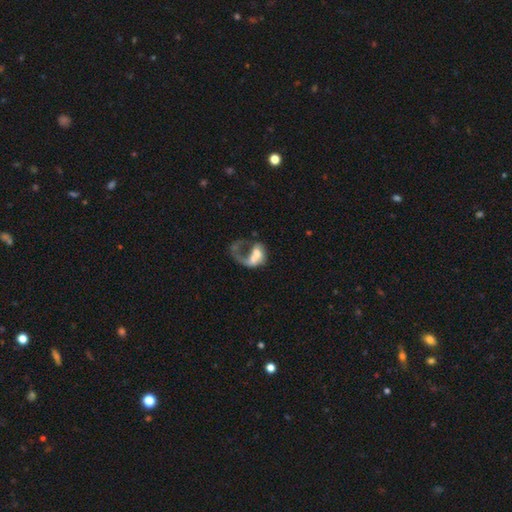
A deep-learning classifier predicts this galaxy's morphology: A featured or disk galaxy (60%) with no bar (70%), spiral arms (56%) and a moderate central bulge (39%). Merging: merger (41%).